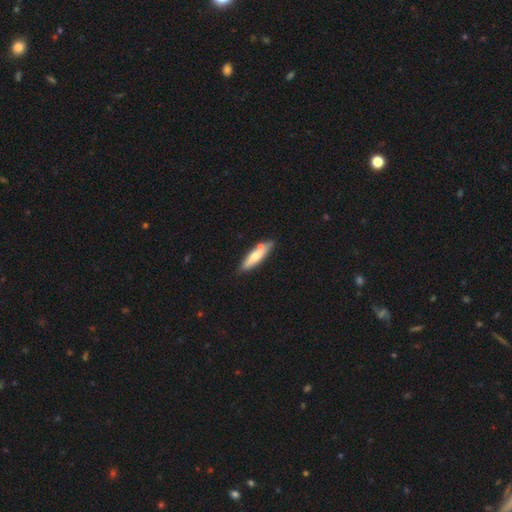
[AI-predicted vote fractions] Smooth or featured?
  - smooth: 68% *
  - featured or disk: 27%
  - star or artifact: 5%
How rounded?
  - cigar-shaped: 73% *
  - in between: 26%
  - round: 1%
Merging?
  - none: 76% *
  - minor disturbance: 15%
  - merger: 7%
  - major disturbance: 3%